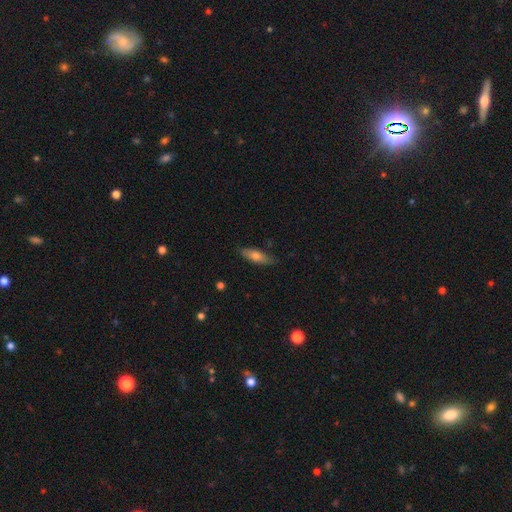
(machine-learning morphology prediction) Smooth or featured? smooth (66%)
How rounded? in between (54%)
Merging? none (76%)